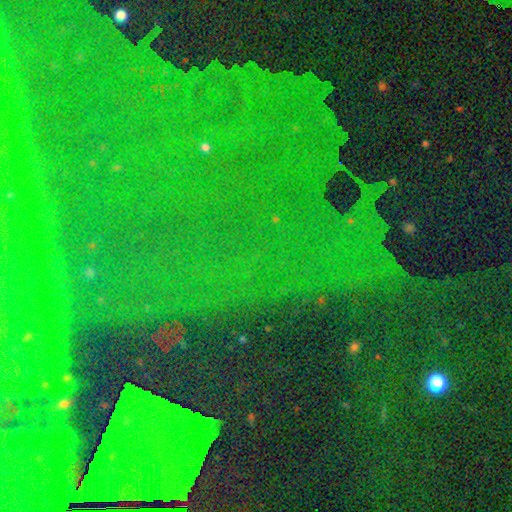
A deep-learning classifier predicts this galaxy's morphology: A star or artifact, not a galaxy (84%).